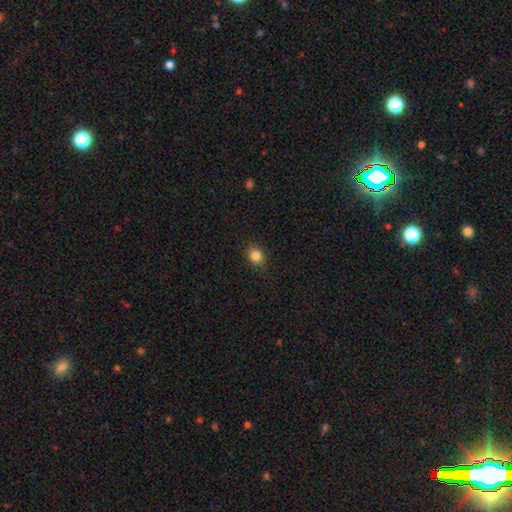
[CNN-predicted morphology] smooth 85%, star or artifact 11%, featured or disk 4%. Down the decision tree: how rounded — round (58%); merging — none (88%).